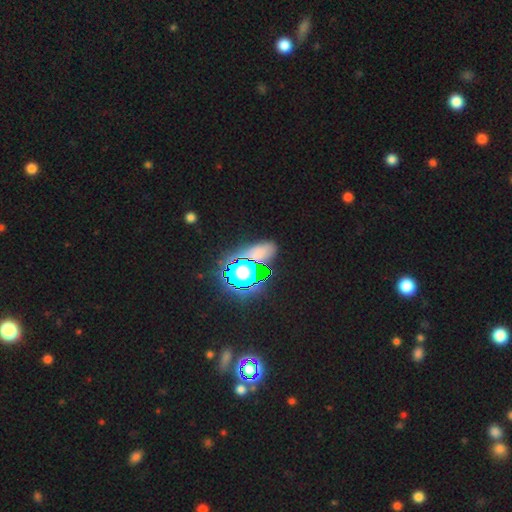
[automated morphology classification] Overall: star or artifact (53%; smooth 32%).